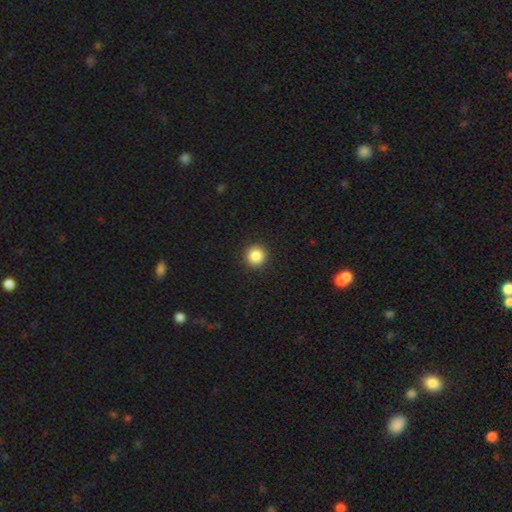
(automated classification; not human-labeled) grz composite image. It shows a smooth galaxy with no disk features (87%) that is round (95%). Merging: none (93%).